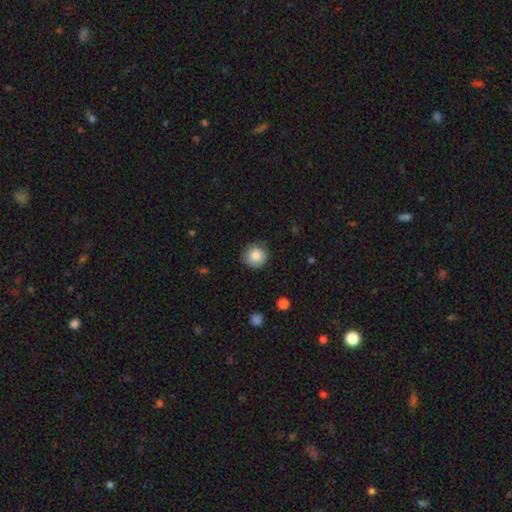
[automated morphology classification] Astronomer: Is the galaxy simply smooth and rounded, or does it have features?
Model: smooth — 86%.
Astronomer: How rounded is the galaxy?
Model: round — 93%.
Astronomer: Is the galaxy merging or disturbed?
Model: none — 84%.